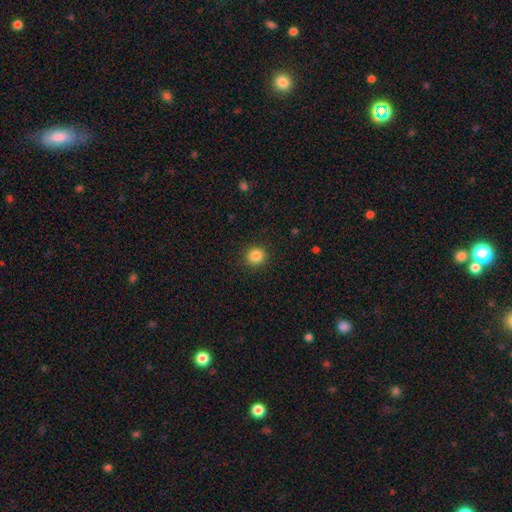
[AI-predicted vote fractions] A smooth galaxy with no disk features (85%) that is round (90%). Merging: none (91%).